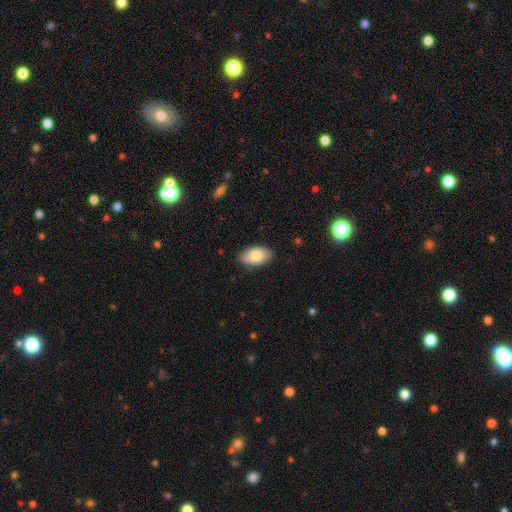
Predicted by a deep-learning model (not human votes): Q: Smooth or featured?
A: smooth (83%); runner-up: featured or disk (10%)
Q: How rounded?
A: in between (95%); runner-up: round (4%)
Q: Merging?
A: none (84%); runner-up: minor disturbance (12%)